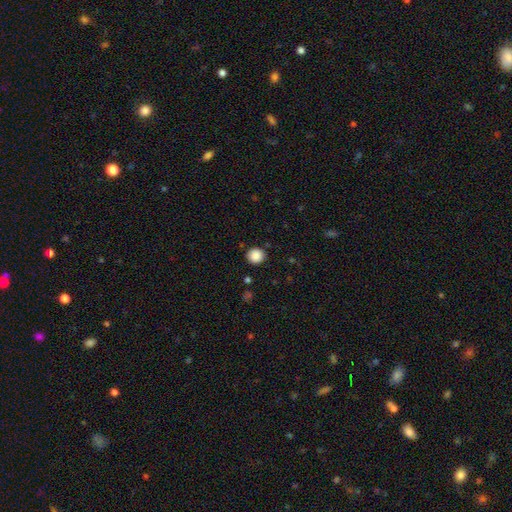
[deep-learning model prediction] Smooth or featured: smooth — 88% (star or artifact — 9%)
How rounded: round — 92% (in between — 7%)
Merging: none — 90% (minor disturbance — 7%)